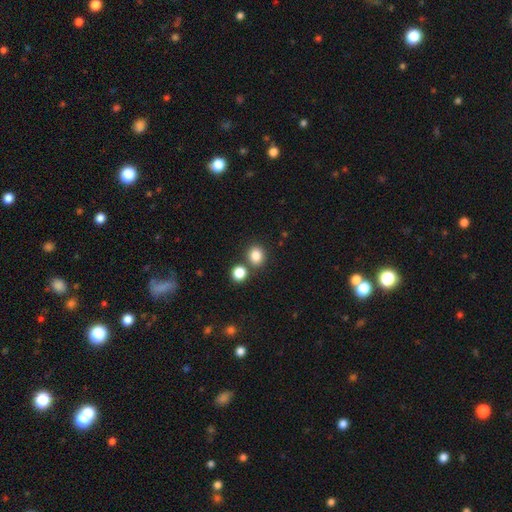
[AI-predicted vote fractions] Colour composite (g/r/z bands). It shows a smooth galaxy with no disk features (84%) that is round (72%). Merging: none (74%).